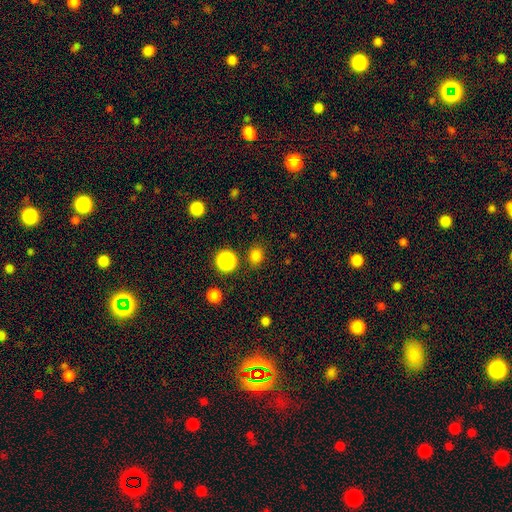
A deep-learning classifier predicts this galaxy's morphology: smooth_or_featured: smooth (p=0.79) [alt: star or artifact p=0.17]
how_rounded: round (p=0.72) [alt: in between p=0.27]
merging: none (p=0.84) [alt: minor disturbance p=0.09]